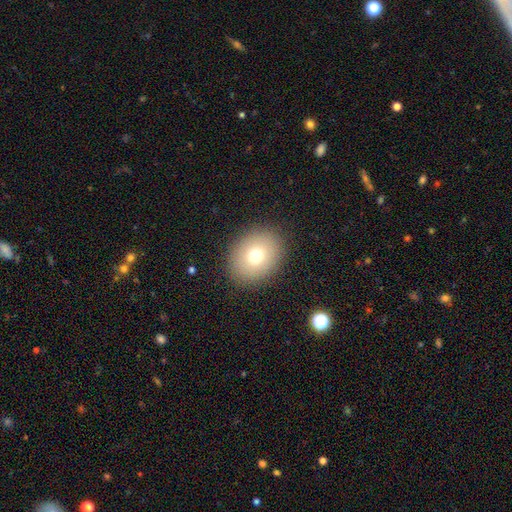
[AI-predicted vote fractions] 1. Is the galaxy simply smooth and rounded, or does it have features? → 74% smooth, 14% featured or disk, 12% star or artifact.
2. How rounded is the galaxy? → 50% in between (tied), 50% round (tied), 1% cigar-shaped.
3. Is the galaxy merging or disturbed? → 88% none, 8% minor disturbance, 3% major disturbance, 1% merger.